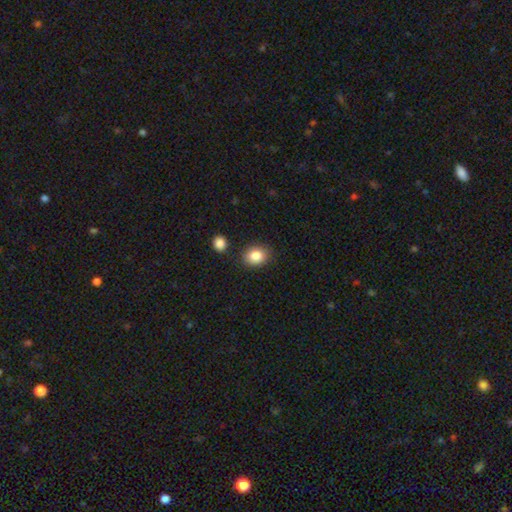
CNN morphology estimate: Smooth or featured? Predicted: smooth (p=0.86). How rounded? Predicted: round (p=0.55). Merging? Predicted: none (p=0.83).